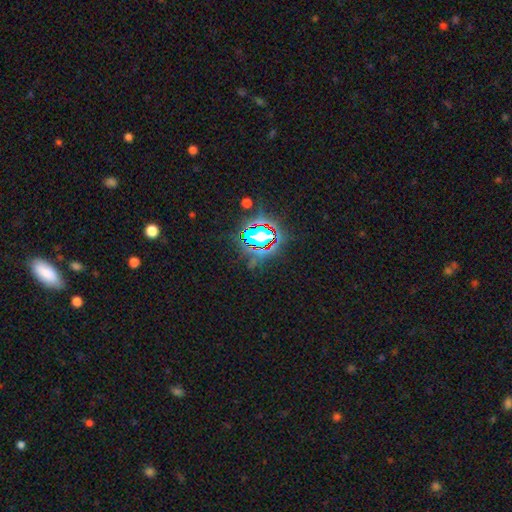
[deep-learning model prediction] The model was most divided on "smooth or featured": star or artifact: 80%, smooth: 12%, featured or disk: 9%.